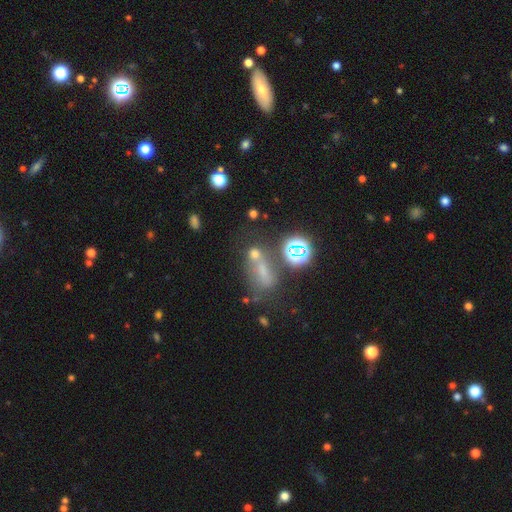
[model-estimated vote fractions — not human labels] Morphology: type=smooth (45%); merging=none (41%).